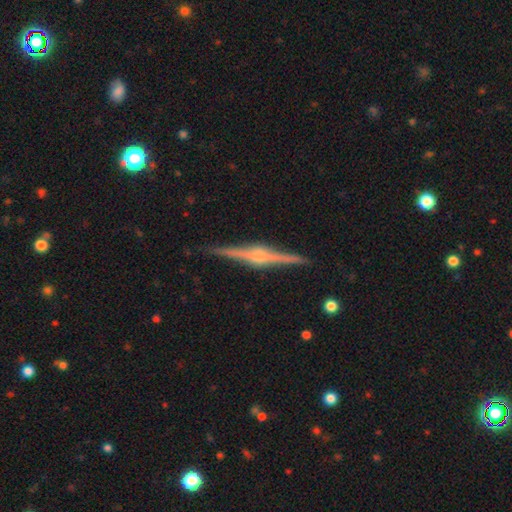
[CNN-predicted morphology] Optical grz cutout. It shows a featured or disk galaxy (88%) viewed edge-on (99%) with a rounded central bulge (82%). Merging: none (92%).